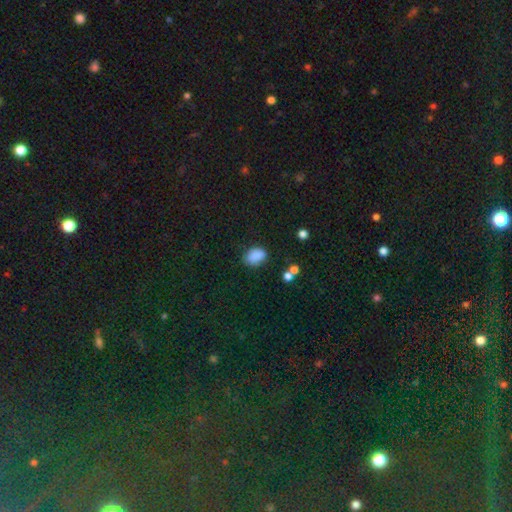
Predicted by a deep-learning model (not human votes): The model was most divided on "merging": none: 72%, minor disturbance: 20%, major disturbance: 5%, merger: 3%. More confident: smooth or featured — smooth (86%); how rounded — in between (78%).